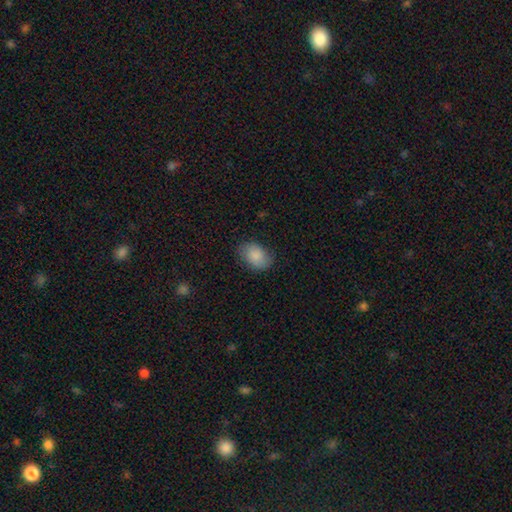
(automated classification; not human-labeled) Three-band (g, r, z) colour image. It shows a smooth galaxy with no disk features (84%) that is in between round and cigar-shaped (82%). Merging: none (78%).